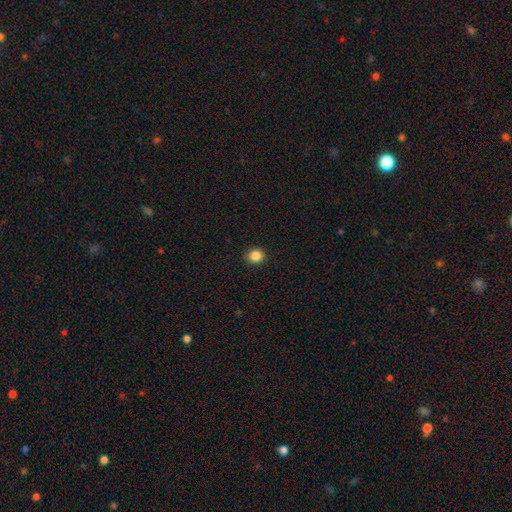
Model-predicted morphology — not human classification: smooth 86%, star or artifact 11%, featured or disk 3%. Down the decision tree: how rounded — round (74%); merging — none (89%).